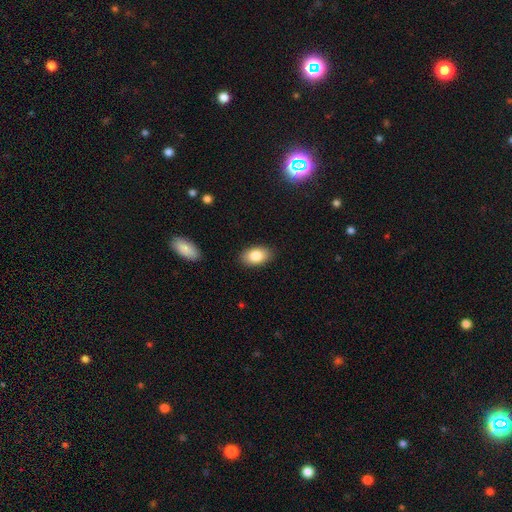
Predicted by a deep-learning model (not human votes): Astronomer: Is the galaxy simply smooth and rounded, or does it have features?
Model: smooth — 84%.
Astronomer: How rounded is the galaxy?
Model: in between — 92%.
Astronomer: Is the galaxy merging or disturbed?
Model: none — 88%.